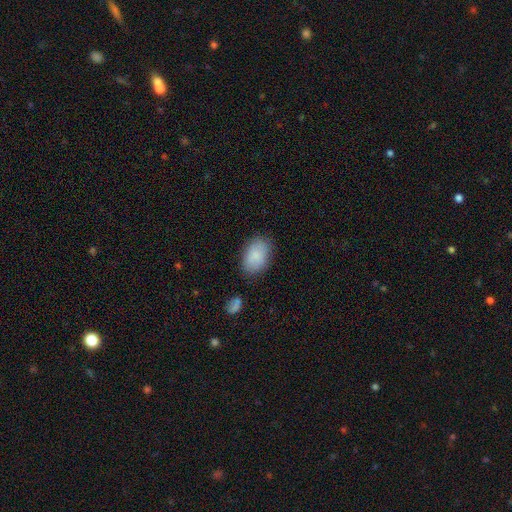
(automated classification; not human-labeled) This is clearly a smooth galaxy (87%). How rounded: clearly in between (88%). Merging: likely none (79%).